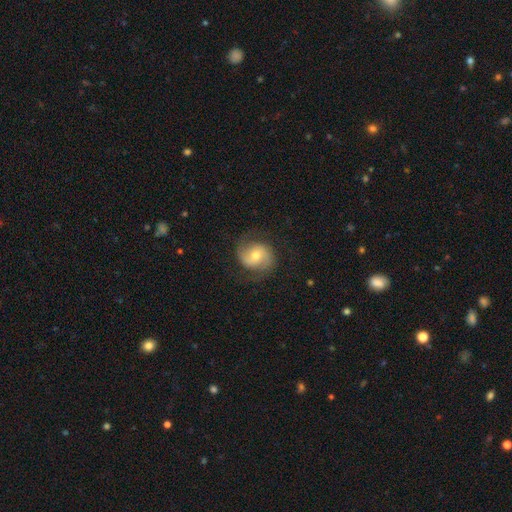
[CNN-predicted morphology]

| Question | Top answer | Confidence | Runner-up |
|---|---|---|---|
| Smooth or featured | featured or disk | 73% | smooth (20%) |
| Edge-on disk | no | 98% | yes (2%) |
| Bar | no | 52% | weak (38%) |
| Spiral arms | yes | 93% | no (7%) |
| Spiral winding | medium | 49% | tight (27%) |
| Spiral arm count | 2 | 89% | can't tell (5%) |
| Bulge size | moderate | 65% | small (27%) |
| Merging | none | 77% | minor disturbance (15%) |